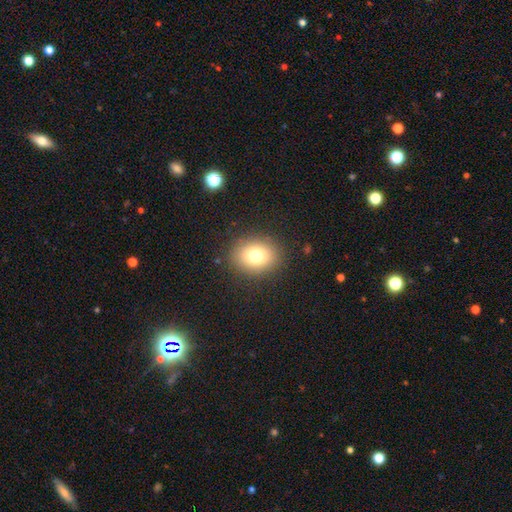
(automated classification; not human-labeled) A smooth galaxy with no disk features (77%) that is round (56%).

Vote fractions:
- Smooth or featured? smooth: 77% / star or artifact: 12% / featured or disk: 11%
- How rounded? round: 56% / in between: 44% / cigar-shaped: 1%
- Merging? none: 87% / minor disturbance: 8% / major disturbance: 4% / merger: 1%